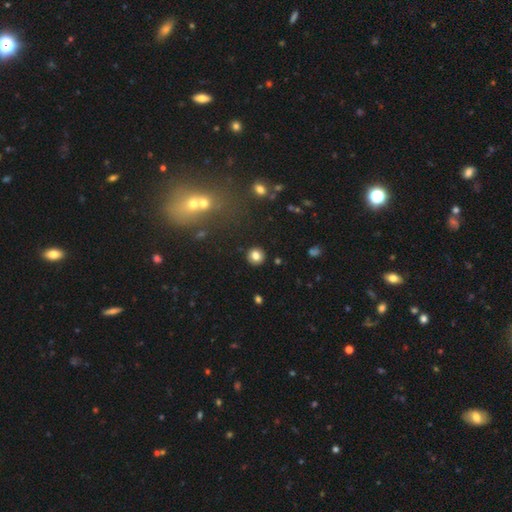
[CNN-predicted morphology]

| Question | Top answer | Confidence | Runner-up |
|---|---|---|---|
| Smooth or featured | smooth | 82% | star or artifact (11%) |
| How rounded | round | 92% | in between (7%) |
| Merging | none | 91% | minor disturbance (5%) |